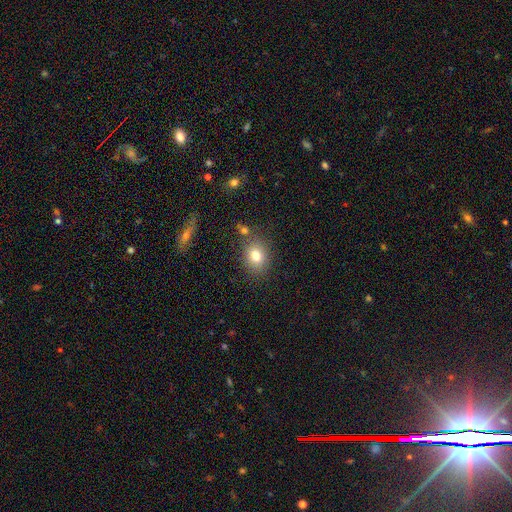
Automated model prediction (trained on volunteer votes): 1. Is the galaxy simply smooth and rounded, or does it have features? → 78% smooth, 12% star or artifact, 11% featured or disk.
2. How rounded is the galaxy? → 55% round, 44% in between, 1% cigar-shaped.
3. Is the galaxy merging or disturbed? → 77% none, 13% minor disturbance, 6% merger, 4% major disturbance.